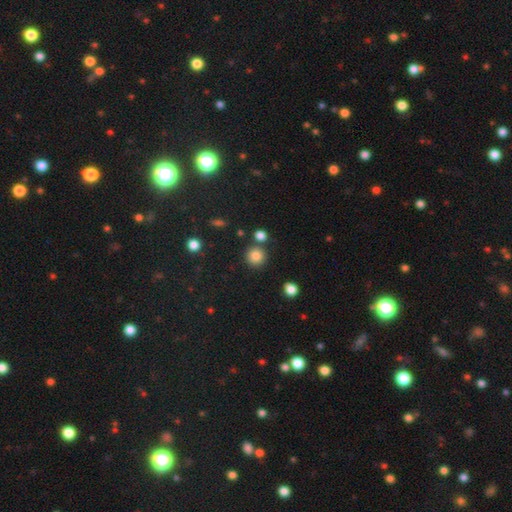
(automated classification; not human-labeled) The model was most divided on "smooth or featured": smooth: 83%, star or artifact: 11%, featured or disk: 6%. More confident: how rounded — round (93%); merging — none (82%).